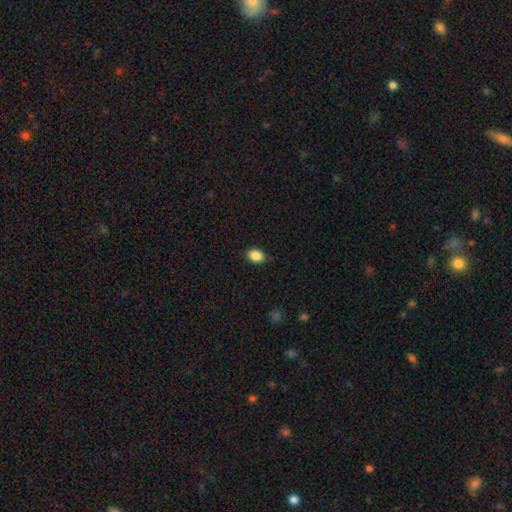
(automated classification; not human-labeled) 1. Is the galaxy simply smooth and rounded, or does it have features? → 88% smooth, 9% star or artifact, 4% featured or disk.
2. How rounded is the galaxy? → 71% in between, 28% round, 1% cigar-shaped.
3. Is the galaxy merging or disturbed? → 85% none, 11% minor disturbance, 2% major disturbance, 1% merger.